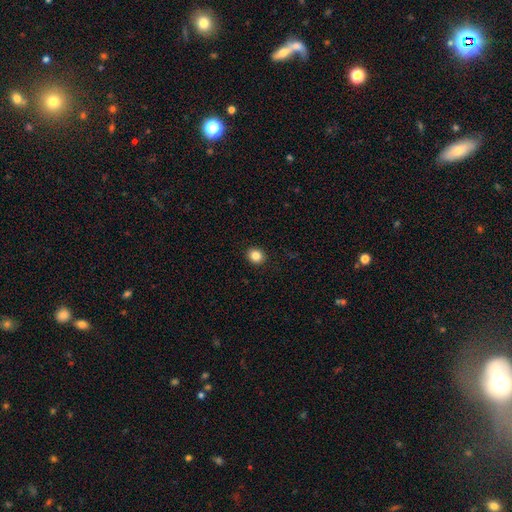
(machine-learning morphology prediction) Overall: smooth (84%). How rounded: round (79%). Merging: none (92%).